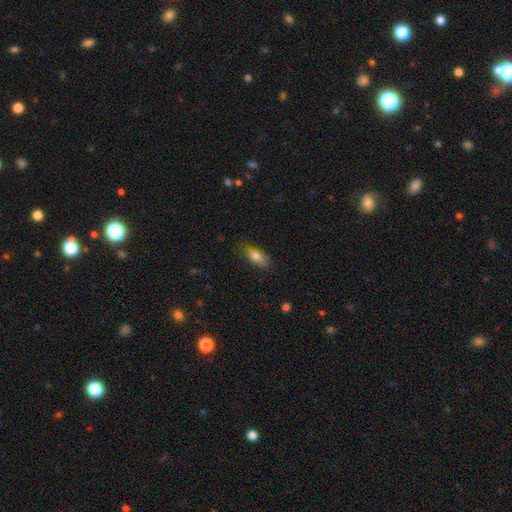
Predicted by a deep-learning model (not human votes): Overall: smooth (80%). How rounded: in between (85%). Merging: none (70%).